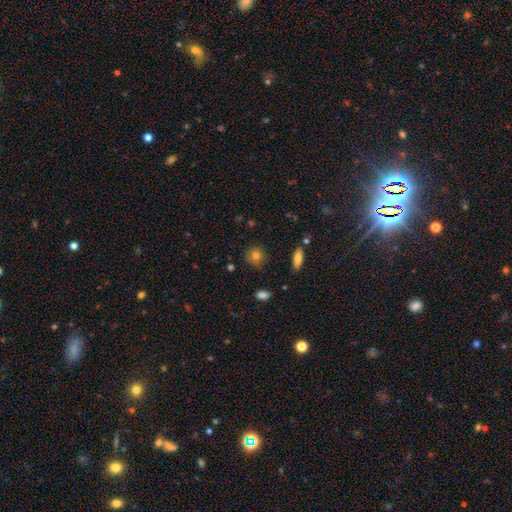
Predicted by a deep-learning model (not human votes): smooth-or-featured: smooth: 79% | star or artifact: 12% | featured or disk: 10%
  how-rounded: round: 87% | in between: 11% | cigar-shaped: 2%
  merging: none: 84% | minor disturbance: 12% | major disturbance: 3% | merger: 2%